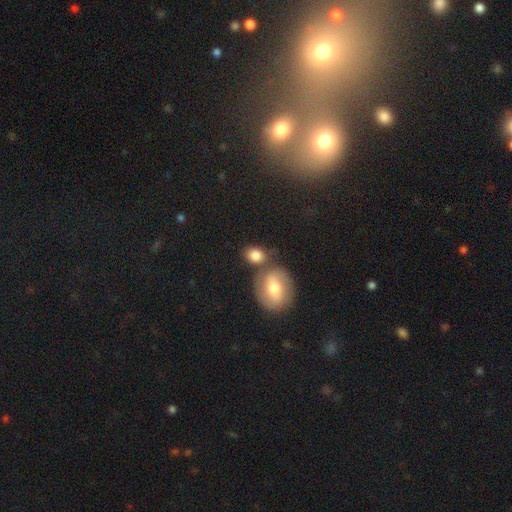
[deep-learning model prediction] The model was most divided on "how rounded": round: 51%, in between: 47%, cigar-shaped: 2%. More confident: smooth or featured — smooth (82%); merging — none (56%).